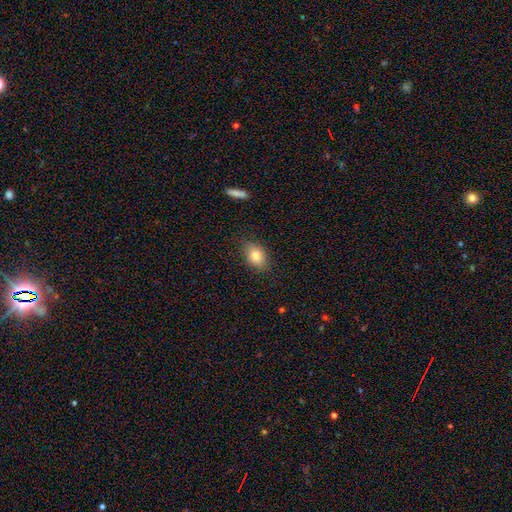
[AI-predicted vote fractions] A smooth galaxy with no disk features (81%) that is in between round and cigar-shaped (77%).

Vote fractions:
- Smooth or featured? smooth: 81% / featured or disk: 10% / star or artifact: 9%
- How rounded? in between: 77% / round: 21% / cigar-shaped: 2%
- Merging? none: 79% / minor disturbance: 16% / major disturbance: 3% / merger: 1%